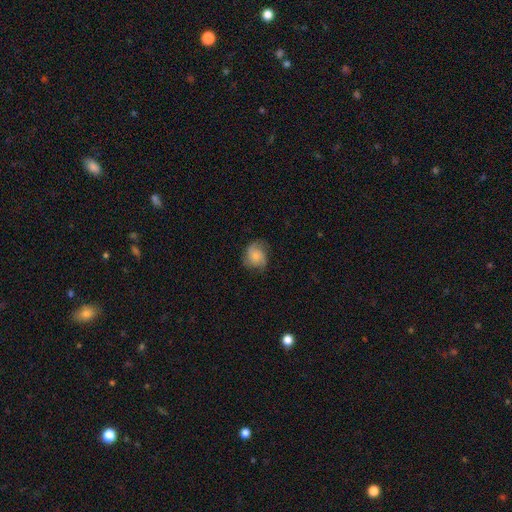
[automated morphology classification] Q: Smooth or featured?
A: smooth (58%); runner-up: featured or disk (34%)
Q: How rounded?
A: round (68%); runner-up: in between (31%)
Q: Merging?
A: none (66%); runner-up: minor disturbance (25%)